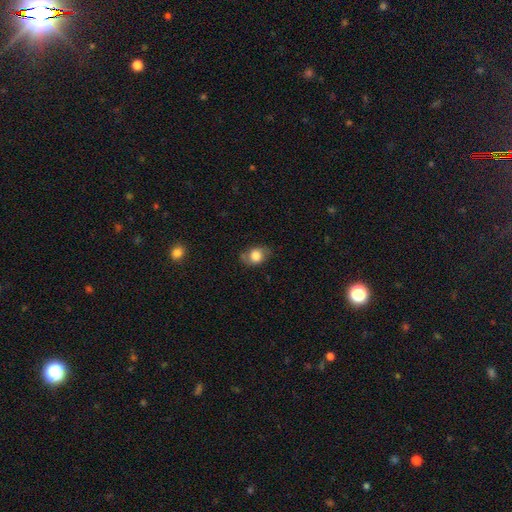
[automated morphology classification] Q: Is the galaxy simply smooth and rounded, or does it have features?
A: smooth — 78%.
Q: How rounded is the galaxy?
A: in between — 59%.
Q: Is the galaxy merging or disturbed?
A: none — 68%.